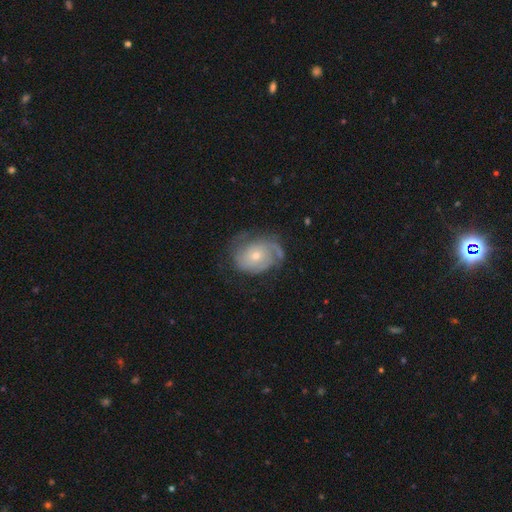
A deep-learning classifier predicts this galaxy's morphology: type=featured or disk (69%); edge-on=no (97%); bar=no (80%); spiral arms=yes (85%); winding=tight (49%); arm count=2 (38%); bulge=small (56%); merging=none (52%).